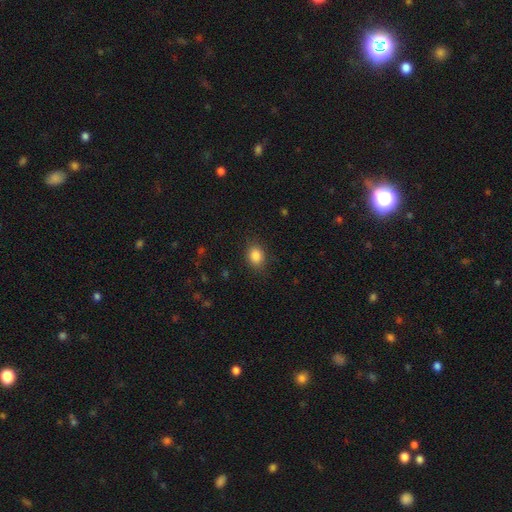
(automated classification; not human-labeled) This appears to be a smooth galaxy with no disk features (86%) that is in between round and cigar-shaped (51%). Merging: none (85%).